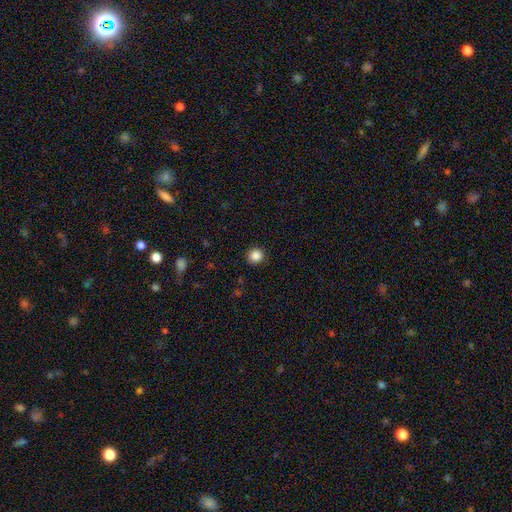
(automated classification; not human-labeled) Smooth or featured? smooth (87%)
How rounded? round (93%)
Merging? none (92%)